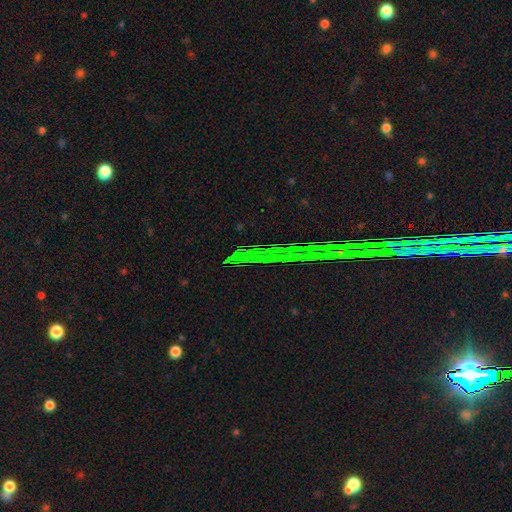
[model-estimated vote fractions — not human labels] A star or artifact, not a galaxy (81%).

Vote fractions:
- Smooth or featured? star or artifact: 81% / featured or disk: 10% / smooth: 8%